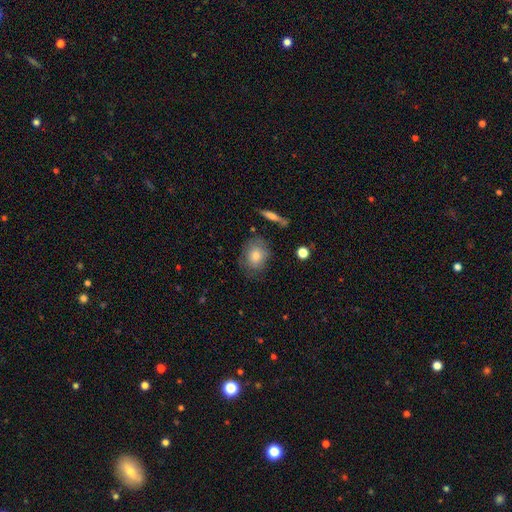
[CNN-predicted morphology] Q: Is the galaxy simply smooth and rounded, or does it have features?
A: smooth — 74%.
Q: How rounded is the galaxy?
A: round — 53%.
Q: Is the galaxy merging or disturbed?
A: none — 74%.